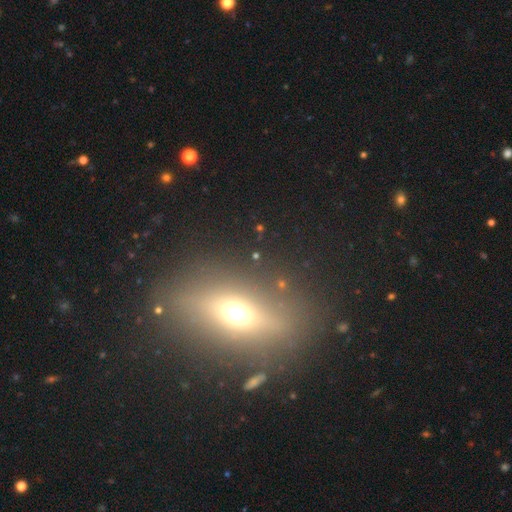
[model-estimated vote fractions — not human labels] Smooth or featured? Predicted: smooth (p=0.42). Merging? Predicted: none (p=0.83).